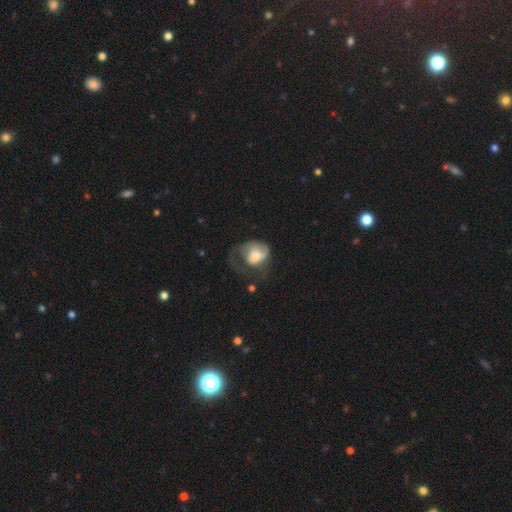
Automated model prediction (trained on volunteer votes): Morphology: type=smooth (55%); roundness=in between (52%); merging=major disturbance (56%).